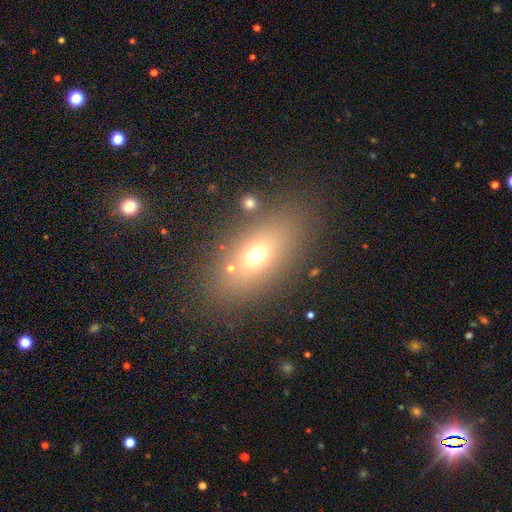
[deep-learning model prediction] Smooth or featured? Predicted: smooth (p=0.66). How rounded? Predicted: in between (p=0.76). Merging? Predicted: none (p=0.77).